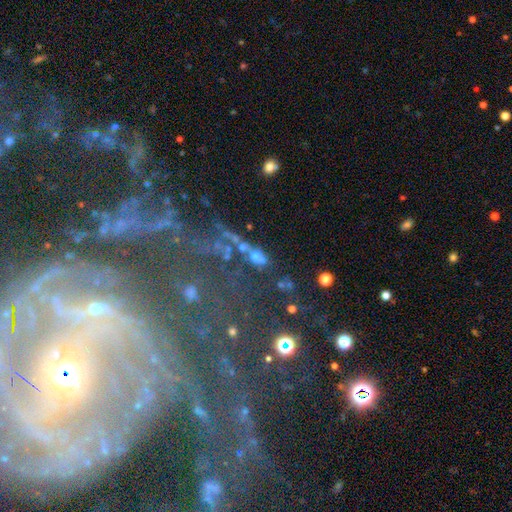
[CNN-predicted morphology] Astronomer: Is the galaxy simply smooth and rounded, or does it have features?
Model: smooth — 48% (runner-up: featured or disk, 29%).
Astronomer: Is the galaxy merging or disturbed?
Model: none — 35% (runner-up: merger, 29%).